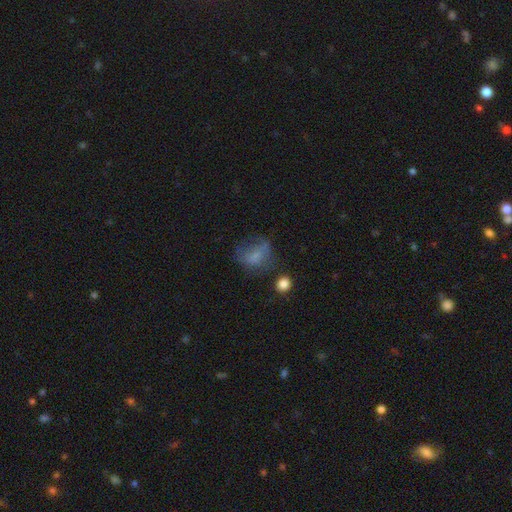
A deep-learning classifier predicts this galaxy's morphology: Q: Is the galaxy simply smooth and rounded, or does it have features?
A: smooth — 61%.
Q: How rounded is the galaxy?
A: in between — 55%.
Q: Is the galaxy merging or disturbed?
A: none — 41%.